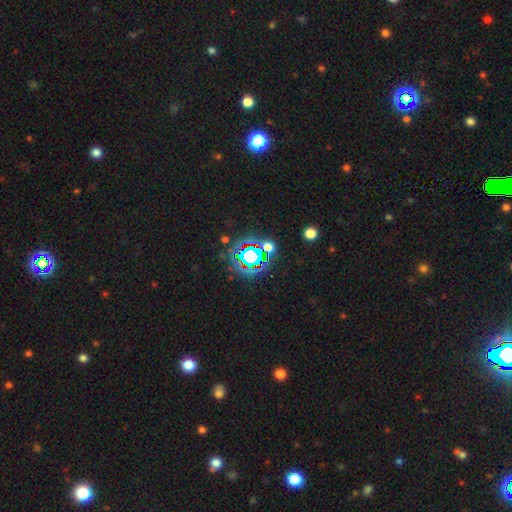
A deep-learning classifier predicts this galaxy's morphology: This appears to be a star or artifact, not a galaxy (64%).